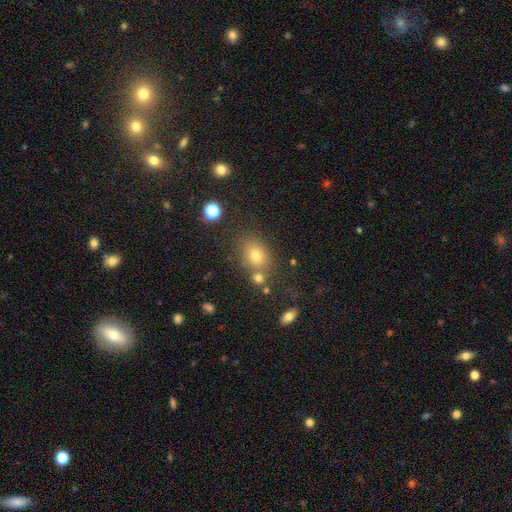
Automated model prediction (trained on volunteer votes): Morphology: type=smooth (74%); roundness=in between (61%); merging=none (69%).